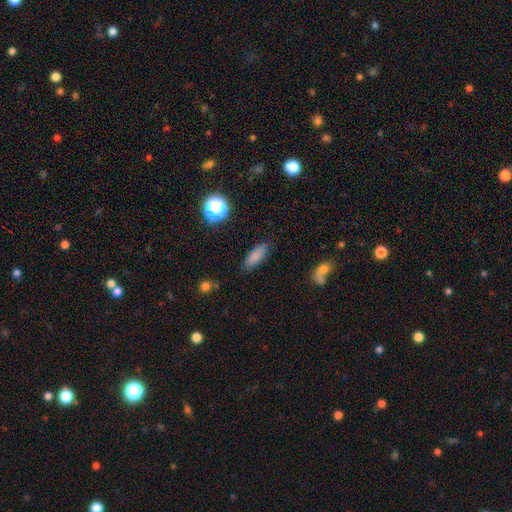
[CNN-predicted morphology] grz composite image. It shows a smooth galaxy with no disk features (82%) that is in between round and cigar-shaped (63%). Merging: none (85%).